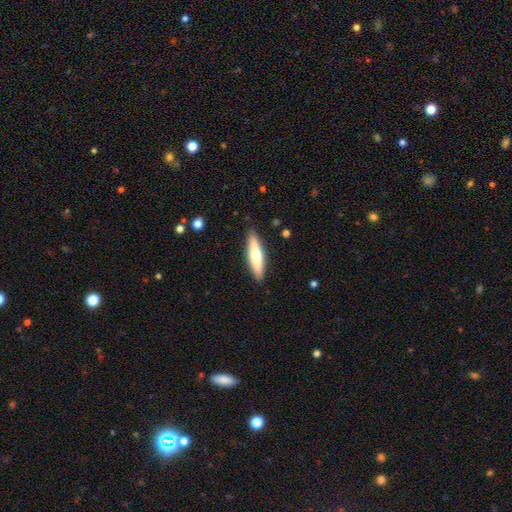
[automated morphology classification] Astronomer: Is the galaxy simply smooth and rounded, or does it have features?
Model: smooth — 59% (runner-up: featured or disk, 36%).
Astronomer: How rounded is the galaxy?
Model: cigar-shaped — 73%.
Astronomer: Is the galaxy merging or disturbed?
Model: none — 89%.